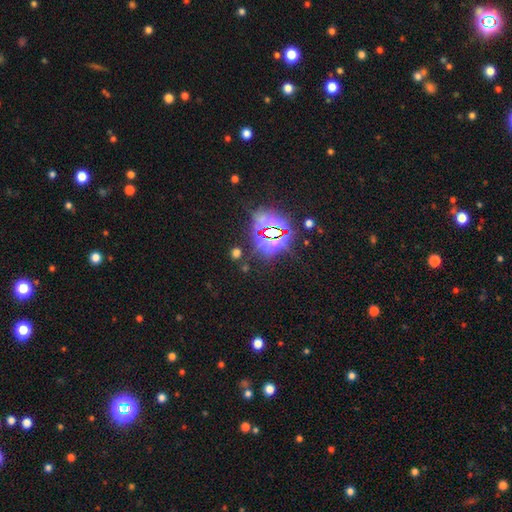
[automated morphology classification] Smooth or featured? star or artifact (70%)